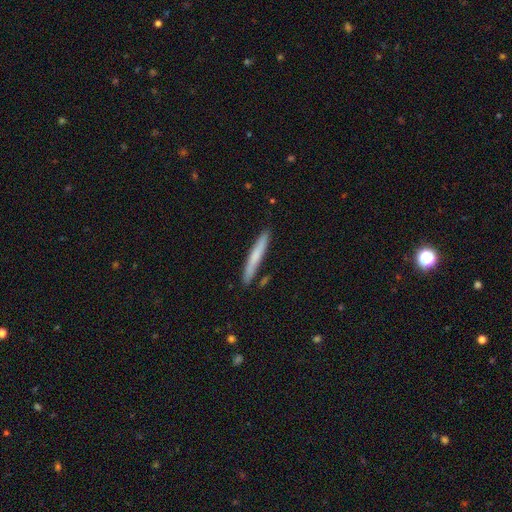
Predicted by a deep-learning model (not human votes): Smooth or featured: smooth — 64% (featured or disk — 31%)
How rounded: cigar-shaped — 96% (in between — 3%)
Merging: none — 87% (minor disturbance — 9%)